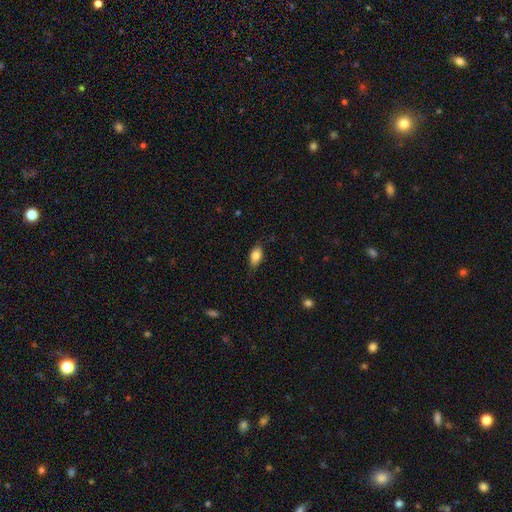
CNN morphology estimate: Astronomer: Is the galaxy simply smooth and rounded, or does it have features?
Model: smooth — 82%.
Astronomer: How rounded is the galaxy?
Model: in between — 87%.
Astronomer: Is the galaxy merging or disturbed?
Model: none — 75%.